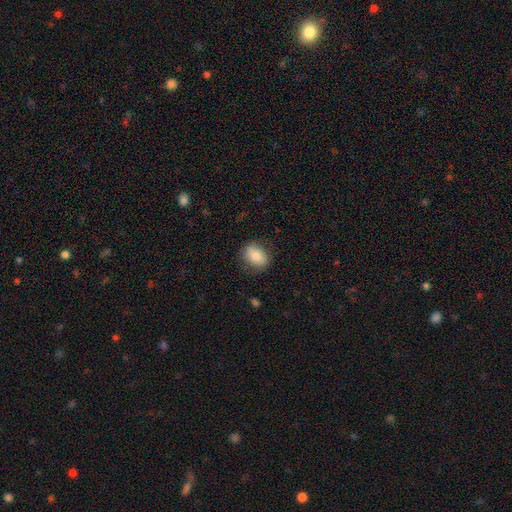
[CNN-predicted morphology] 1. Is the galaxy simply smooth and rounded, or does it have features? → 78% smooth, 14% featured or disk, 8% star or artifact.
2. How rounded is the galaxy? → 61% in between, 38% round, 1% cigar-shaped.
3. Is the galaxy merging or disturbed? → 80% none, 15% minor disturbance, 4% major disturbance, 1% merger.